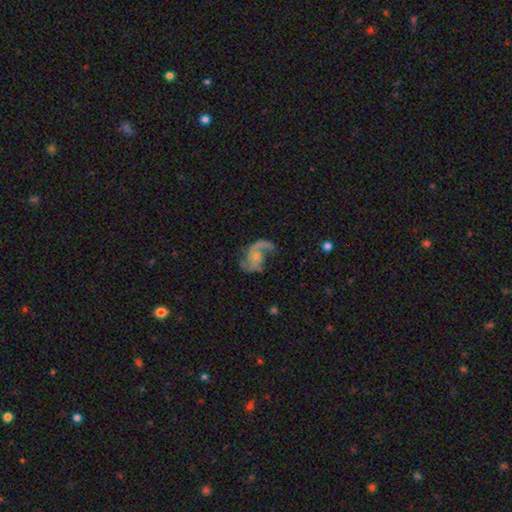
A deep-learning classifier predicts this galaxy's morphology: Smooth or featured? featured or disk (85%)
Edge-on disk? no (98%)
Bar? no (67%)
Spiral arms? yes (95%)
Spiral winding? loose (57%)
Spiral arm count? 2 (82%)
Bulge size? small (62%)
Merging? none (54%)